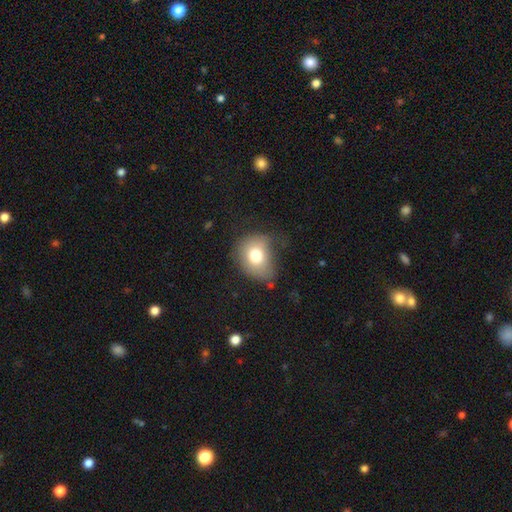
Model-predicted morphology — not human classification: A smooth galaxy with no disk features (73%) that is round (53%). Merging: none (49%).